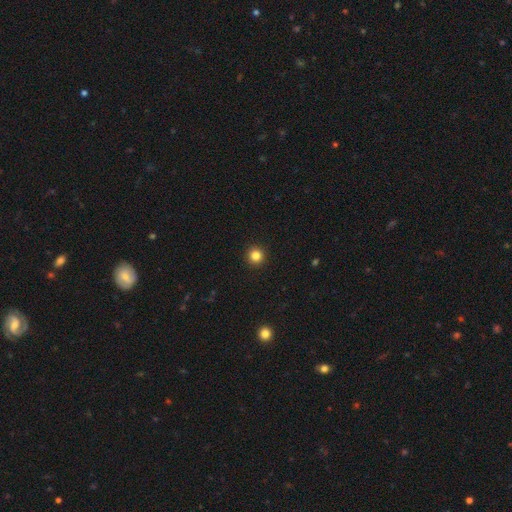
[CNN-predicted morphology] The model was most divided on "smooth or featured": smooth: 83%, star or artifact: 12%, featured or disk: 4%. More confident: how rounded — round (96%); merging — none (93%).